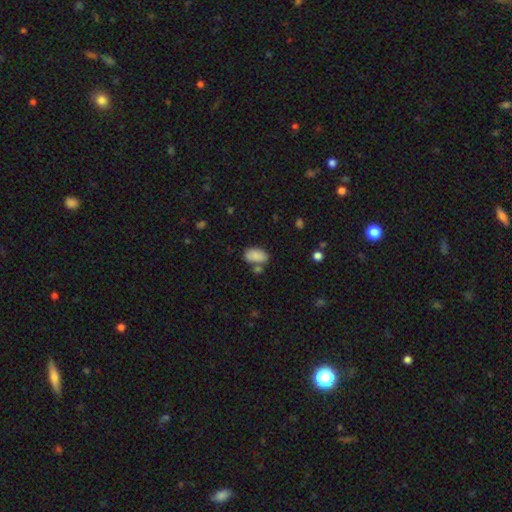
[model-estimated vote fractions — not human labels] smooth_or_featured: smooth (p=0.84) [alt: featured or disk p=0.08]
how_rounded: in between (p=0.92) [alt: round p=0.06]
merging: none (p=0.57) [alt: merger p=0.20]